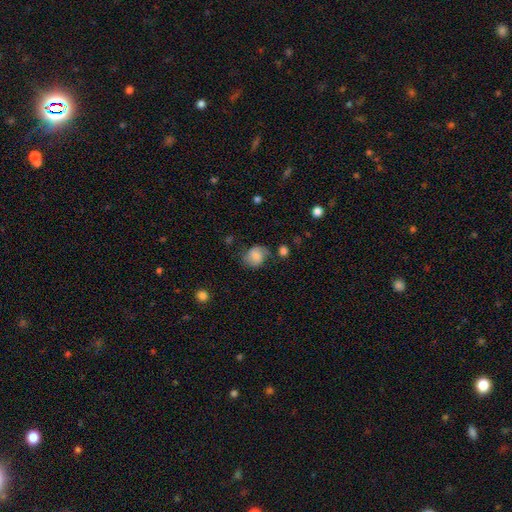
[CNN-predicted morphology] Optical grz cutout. It shows a smooth galaxy with no disk features (70%) that is round (57%). Merging: none (61%).